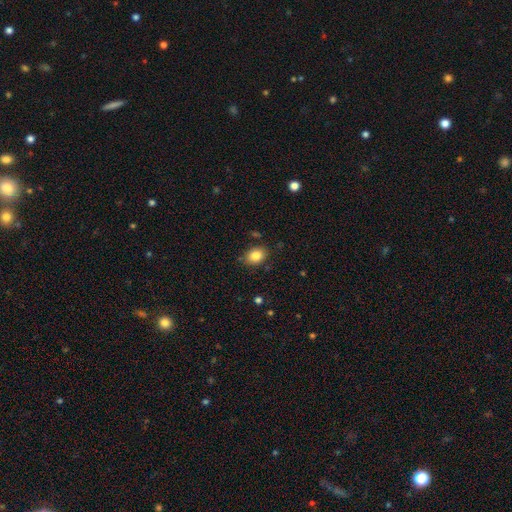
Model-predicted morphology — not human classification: type=smooth (84%); roundness=in between (70%); merging=none (82%).